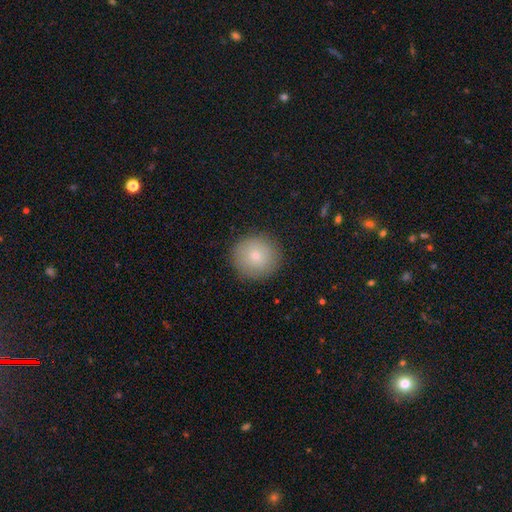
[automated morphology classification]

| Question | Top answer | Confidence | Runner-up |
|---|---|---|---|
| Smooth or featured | smooth | 78% | featured or disk (13%) |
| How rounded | round | 94% | in between (5%) |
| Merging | none | 90% | minor disturbance (7%) |